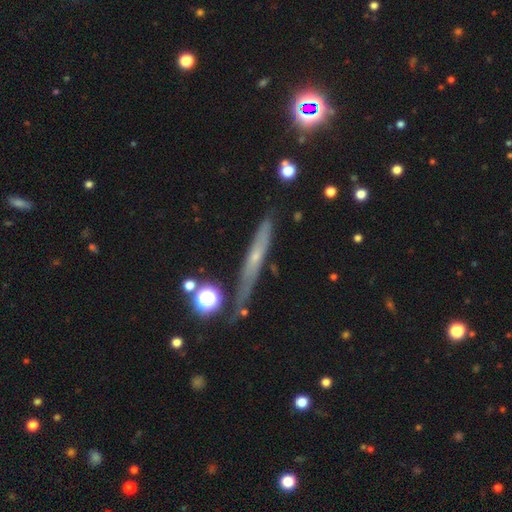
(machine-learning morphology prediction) smooth-or-featured: featured or disk: 55% | smooth: 34% | star or artifact: 10%
  disk-edge-on: yes: 87% | no: 13%
  merging: none: 74% | minor disturbance: 18% | major disturbance: 4% | merger: 4%